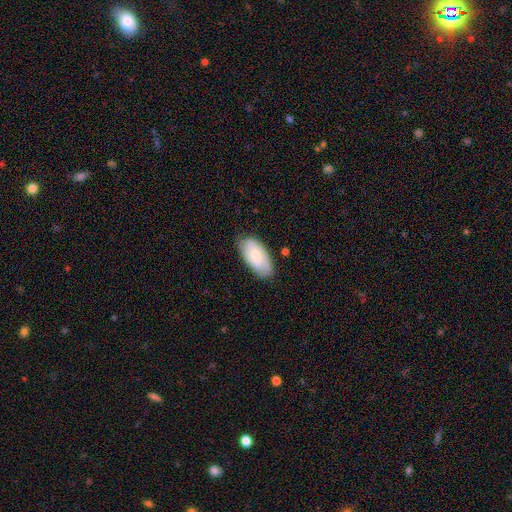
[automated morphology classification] smooth-or-featured: smooth: 57% | featured or disk: 37% | star or artifact: 6%
  how-rounded: in between: 92% | cigar-shaped: 5% | round: 2%
  merging: none: 77% | minor disturbance: 18% | major disturbance: 3% | merger: 1%